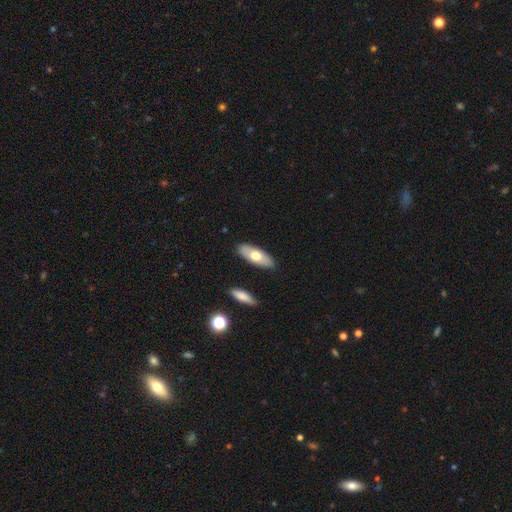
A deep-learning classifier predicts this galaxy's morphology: smooth_or_featured: smooth (p=0.65) [alt: featured or disk p=0.29]
how_rounded: in between (p=0.77) [alt: cigar-shaped p=0.20]
merging: none (p=0.87) [alt: minor disturbance p=0.09]